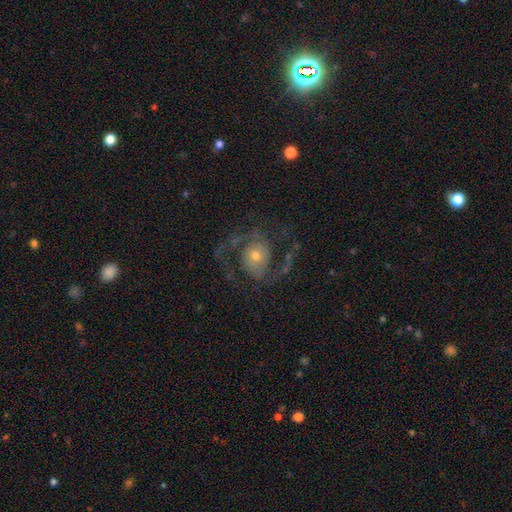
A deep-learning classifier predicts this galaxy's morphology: featured or disk 83%, smooth 10%, star or artifact 7%. Down the decision tree: edge-on disk — no (98%); bar — no (67%); spiral arms — yes (92%); spiral arm count — 2 (83%); spiral winding — medium (53%); bulge size — small (48%); merging — none (66%).